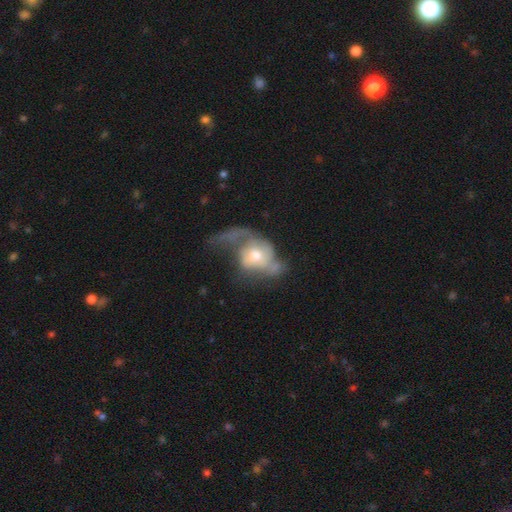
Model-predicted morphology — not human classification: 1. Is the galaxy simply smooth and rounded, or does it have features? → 57% featured or disk, 36% smooth, 7% star or artifact.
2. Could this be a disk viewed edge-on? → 95% no, 5% yes.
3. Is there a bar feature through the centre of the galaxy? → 77% no, 18% weak, 4% strong.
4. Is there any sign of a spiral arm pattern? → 52% yes, 48% no.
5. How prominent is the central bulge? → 65% moderate, 22% small, 10% large, 2% none, 2% dominant.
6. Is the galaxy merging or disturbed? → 60% major disturbance, 16% none, 15% minor disturbance, 9% merger.